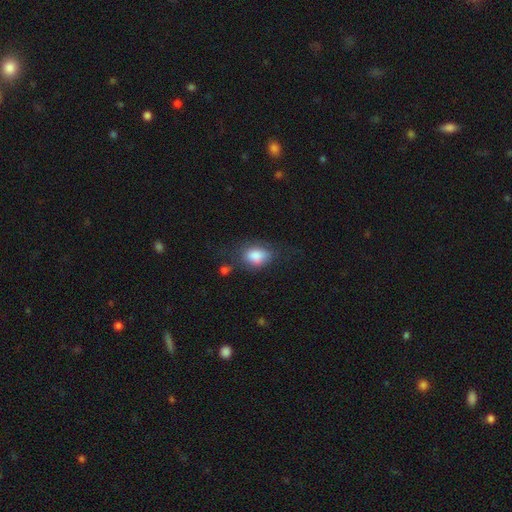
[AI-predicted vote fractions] Smooth or featured? smooth (83%)
How rounded? in between (71%)
Merging? none (50%)